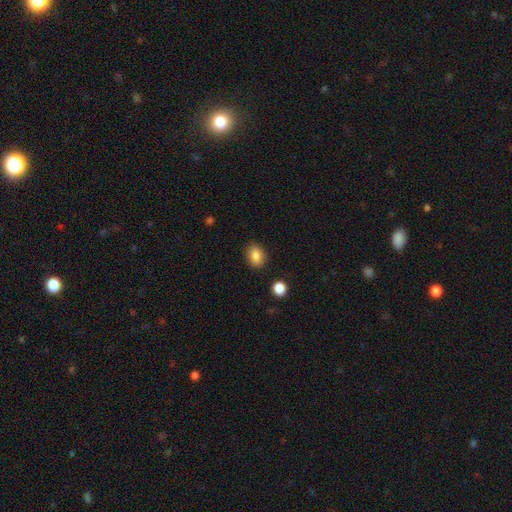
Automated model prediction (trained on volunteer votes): This appears to be a smooth galaxy with no disk features (86%) that is in between round and cigar-shaped (70%). Merging: none (86%).